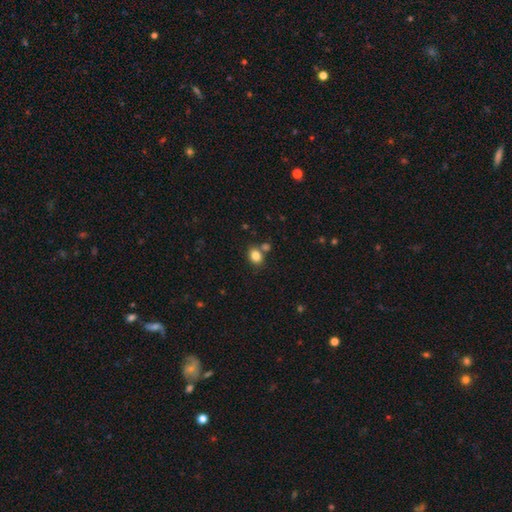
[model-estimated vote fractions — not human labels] smooth-or-featured: smooth: 84% | star or artifact: 10% | featured or disk: 6%
  how-rounded: in between: 56% | round: 44% | cigar-shaped: 1%
  merging: none: 68% | merger: 17% | minor disturbance: 11% | major disturbance: 3%